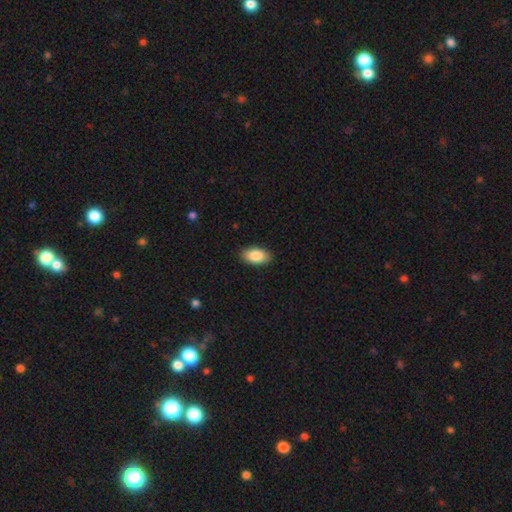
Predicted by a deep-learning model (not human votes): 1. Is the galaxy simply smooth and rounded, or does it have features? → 86% smooth, 7% featured or disk, 7% star or artifact.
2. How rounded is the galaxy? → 94% in between, 4% round, 2% cigar-shaped.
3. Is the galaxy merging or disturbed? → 89% none, 8% minor disturbance, 2% major disturbance, 1% merger.